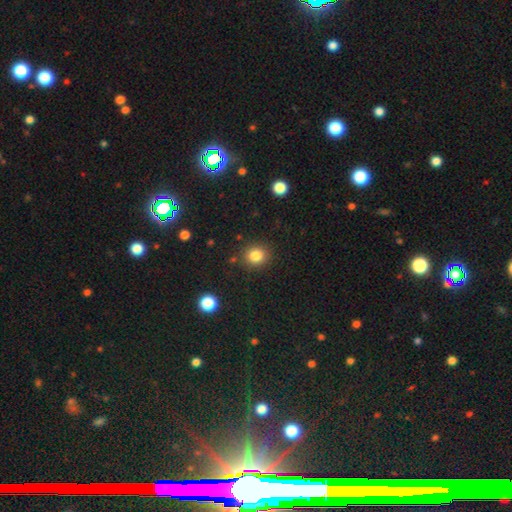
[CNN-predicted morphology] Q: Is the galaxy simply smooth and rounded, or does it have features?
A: smooth — 83%.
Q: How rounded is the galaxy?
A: round — 84%.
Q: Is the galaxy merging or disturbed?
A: none — 88%.